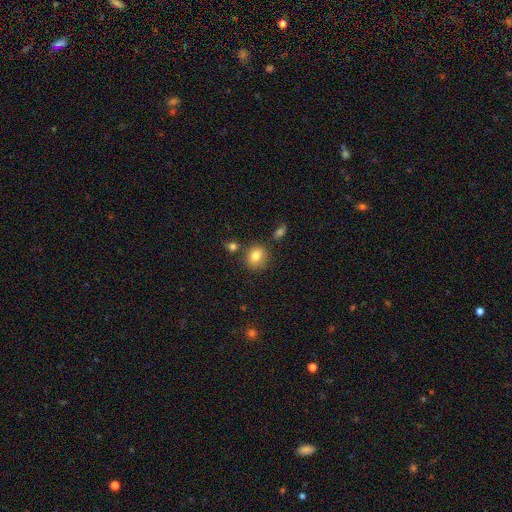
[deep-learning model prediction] Morphology: type=smooth (80%); roundness=round (79%); merging=none (78%).